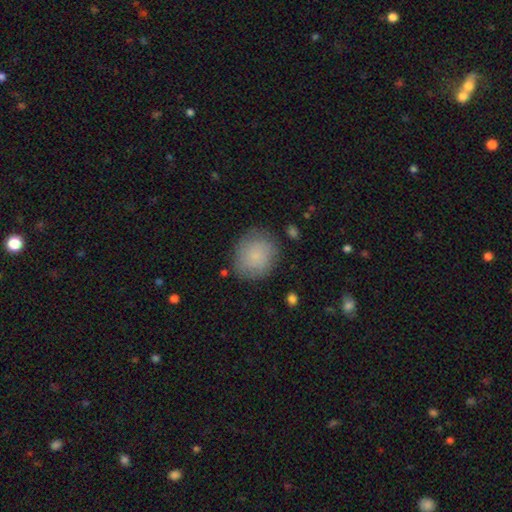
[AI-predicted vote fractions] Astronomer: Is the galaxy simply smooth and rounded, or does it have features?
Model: smooth — 77%.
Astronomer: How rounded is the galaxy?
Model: round — 76%.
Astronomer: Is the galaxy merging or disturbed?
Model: none — 78%.